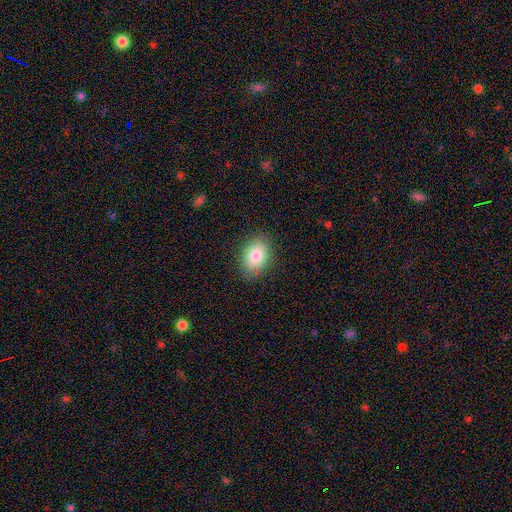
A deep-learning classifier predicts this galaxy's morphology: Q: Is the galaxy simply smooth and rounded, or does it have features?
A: smooth — 81%.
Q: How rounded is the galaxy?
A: in between — 76%.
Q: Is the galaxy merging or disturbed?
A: none — 84%.